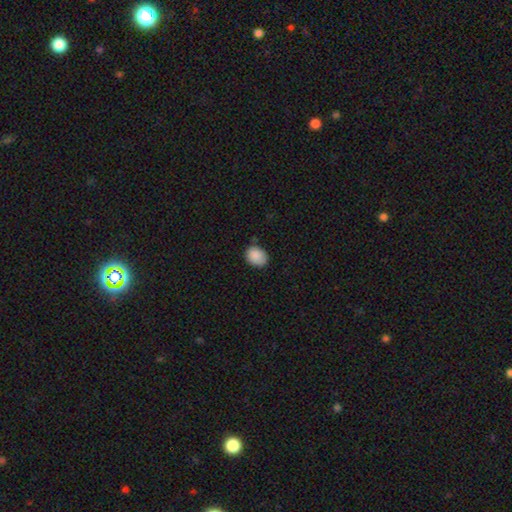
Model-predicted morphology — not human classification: A smooth galaxy with no disk features (88%) that is round (53%). Merging: none (74%).